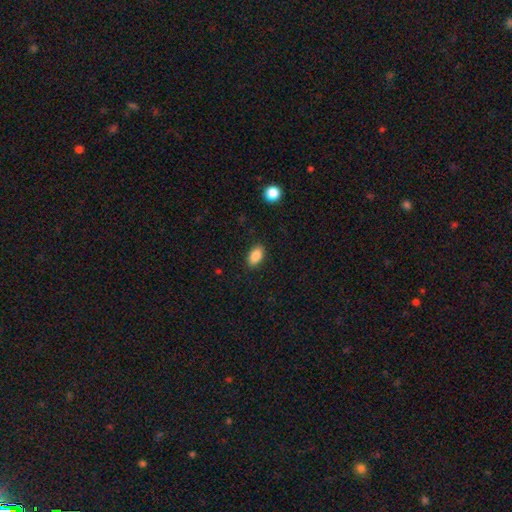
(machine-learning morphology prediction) Smooth or featured? smooth (86%)
How rounded? in between (90%)
Merging? none (88%)